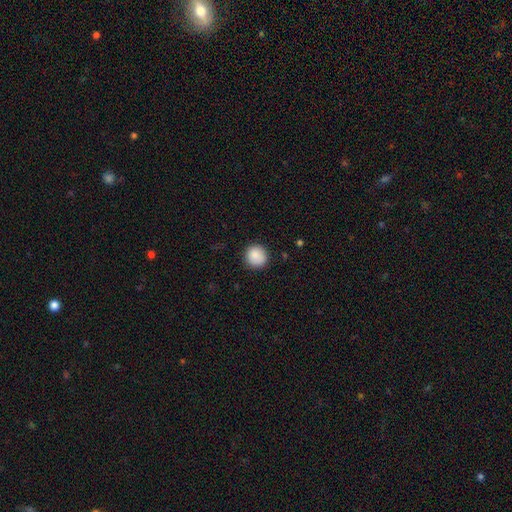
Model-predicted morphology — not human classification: Smooth or featured?
  - smooth: 88% *
  - star or artifact: 8%
  - featured or disk: 4%
How rounded?
  - round: 94% *
  - in between: 5%
  - cigar-shaped: 1%
Merging?
  - none: 88% *
  - minor disturbance: 8%
  - major disturbance: 2%
  - merger: 1%